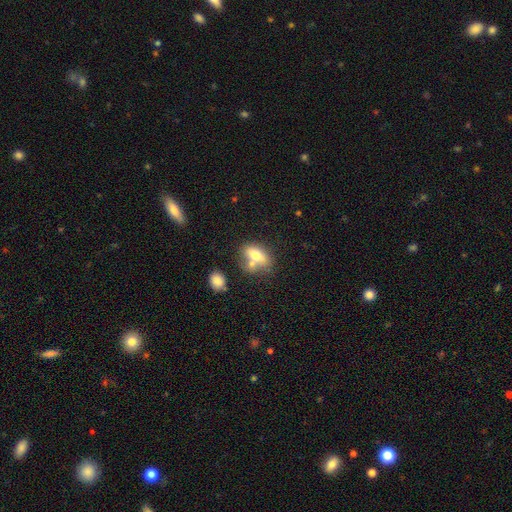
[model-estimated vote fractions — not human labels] Q: Smooth or featured?
A: smooth (71%); runner-up: featured or disk (21%)
Q: How rounded?
A: in between (81%); runner-up: round (12%)
Q: Merging?
A: none (46%); runner-up: merger (36%)